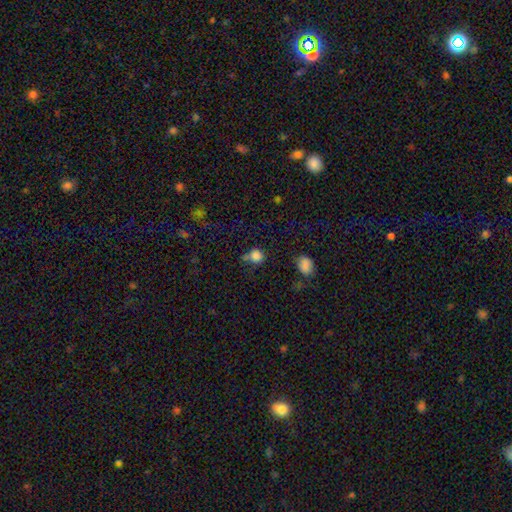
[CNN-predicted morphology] smooth-or-featured: smooth: 81% | star or artifact: 13% | featured or disk: 6%
  how-rounded: round: 80% | in between: 19% | cigar-shaped: 1%
  merging: none: 54% | minor disturbance: 22% | merger: 15% | major disturbance: 9%